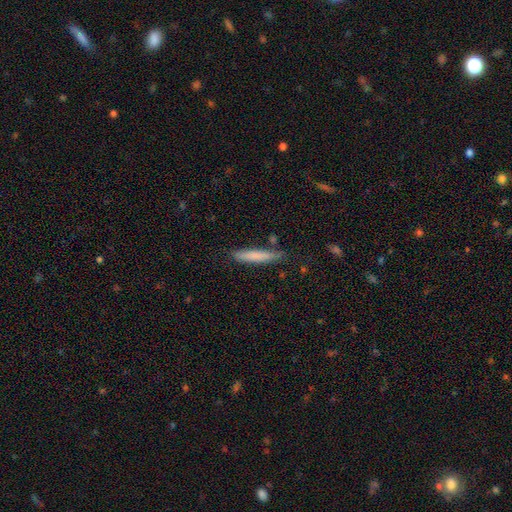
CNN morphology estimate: Smooth or featured? Predicted: smooth (p=0.75). How rounded? Predicted: cigar-shaped (p=0.93). Merging? Predicted: none (p=0.78).